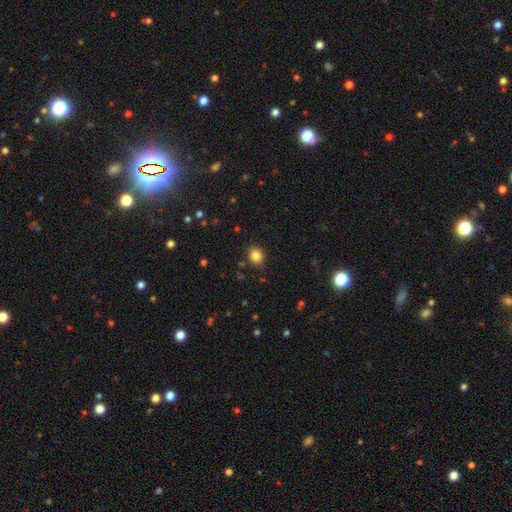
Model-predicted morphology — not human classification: The model was most divided on "how rounded": round: 79%, in between: 21%, cigar-shaped: 1%. More confident: merging — none (86%); smooth or featured — smooth (84%).